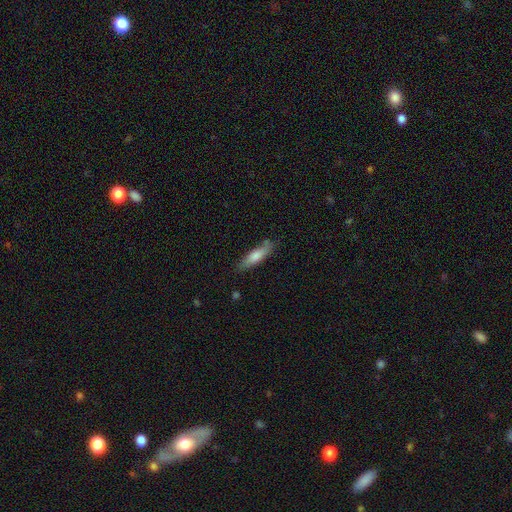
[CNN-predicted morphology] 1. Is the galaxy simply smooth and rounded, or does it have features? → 69% smooth, 25% featured or disk, 6% star or artifact.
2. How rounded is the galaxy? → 72% cigar-shaped, 27% in between, 2% round.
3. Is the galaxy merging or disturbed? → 78% none, 16% minor disturbance, 3% major disturbance, 3% merger.